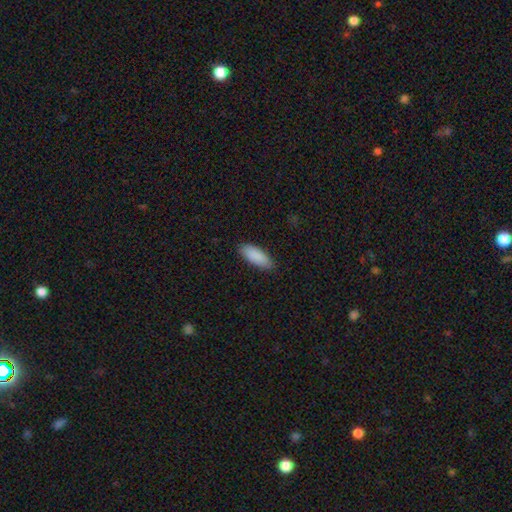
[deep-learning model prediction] Smooth or featured?
  - smooth: 90% *
  - star or artifact: 6%
  - featured or disk: 4%
How rounded?
  - in between: 77% *
  - cigar-shaped: 21%
  - round: 2%
Merging?
  - none: 86% *
  - minor disturbance: 11%
  - major disturbance: 2%
  - merger: 1%